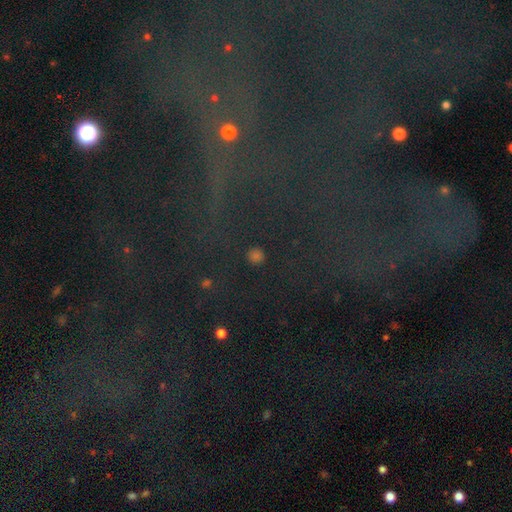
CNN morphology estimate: This appears to be a smooth galaxy with no disk features (52%) that is round (87%). Merging: none (86%).